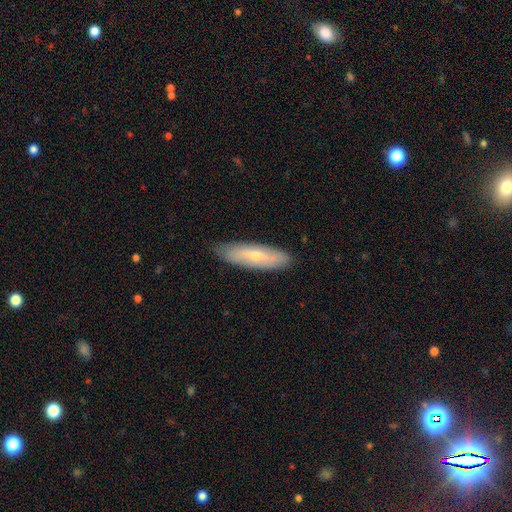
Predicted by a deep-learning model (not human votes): Overall: smooth (49%; featured or disk 45%). Merging: none (84%).